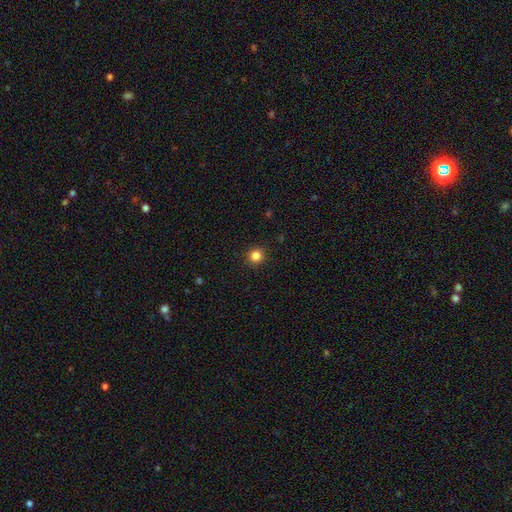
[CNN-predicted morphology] This is clearly a smooth galaxy (84%). How rounded: clearly round (93%). Merging: clearly none (92%).